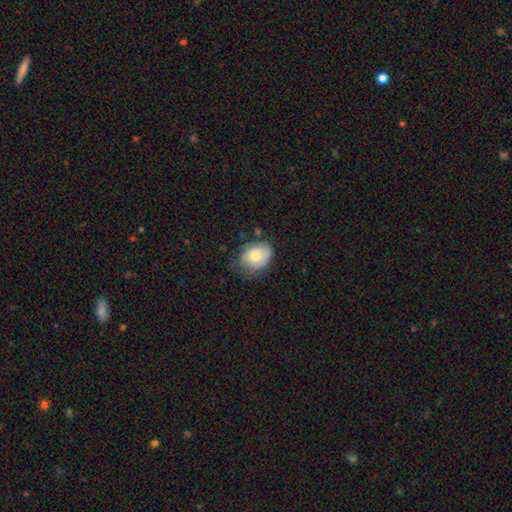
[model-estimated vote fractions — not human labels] This appears to be a smooth galaxy with no disk features (69%) that is in between round and cigar-shaped (63%). Merging: none (59%).